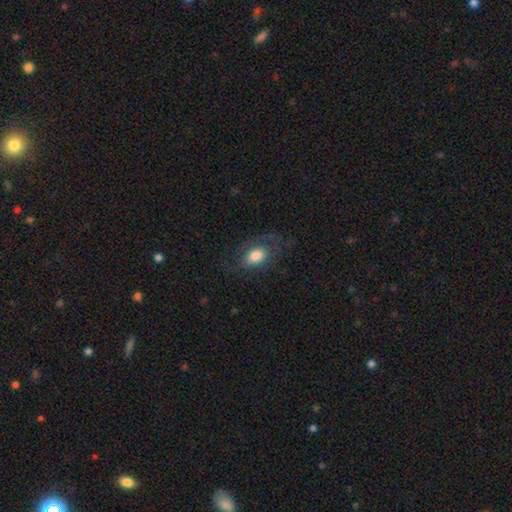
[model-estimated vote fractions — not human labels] Q: Smooth or featured?
A: smooth (61%); runner-up: featured or disk (30%)
Q: How rounded?
A: in between (81%); runner-up: round (17%)
Q: Merging?
A: none (61%); runner-up: minor disturbance (20%)